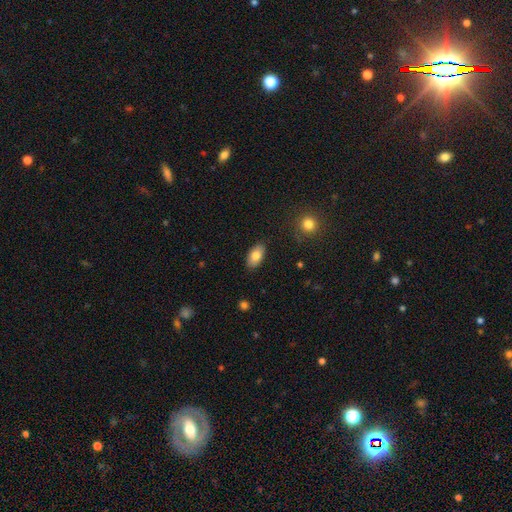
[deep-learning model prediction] Q: Smooth or featured?
A: smooth (81%); runner-up: featured or disk (12%)
Q: How rounded?
A: in between (93%); runner-up: round (4%)
Q: Merging?
A: none (87%); runner-up: minor disturbance (10%)